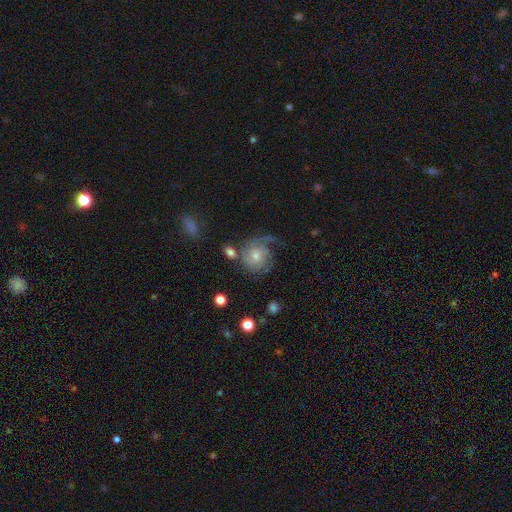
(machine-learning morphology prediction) smooth-or-featured: featured or disk: 64% | smooth: 28% | star or artifact: 8%
  disk-edge-on: no: 97% | yes: 3%
    bar: no: 77% | weak: 20% | strong: 3%
    has-spiral-arms: yes: 88% | no: 12%
      spiral-winding: tight: 48% | medium: 33% | loose: 19%
      spiral-arm-count: can't tell: 31% | 2: 27% | 1: 19% | 3: 14% | 4: 5% | more than 4: 4%
    bulge-size: small: 56% | moderate: 38% | large: 3% | none: 2% | dominant: 1%
  merging: none: 49% | major disturbance: 23% | minor disturbance: 21% | merger: 7%